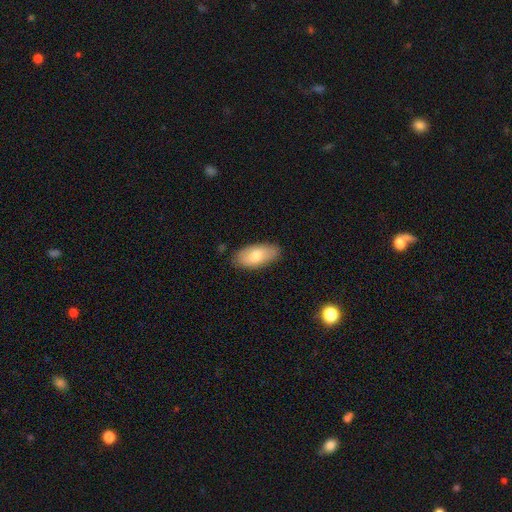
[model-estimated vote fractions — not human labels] A smooth galaxy with no disk features (75%) that is in between round and cigar-shaped (91%).

Vote fractions:
- Smooth or featured? smooth: 75% / featured or disk: 19% / star or artifact: 6%
- How rounded? in between: 91% / cigar-shaped: 6% / round: 3%
- Merging? none: 81% / minor disturbance: 15% / major disturbance: 3% / merger: 1%